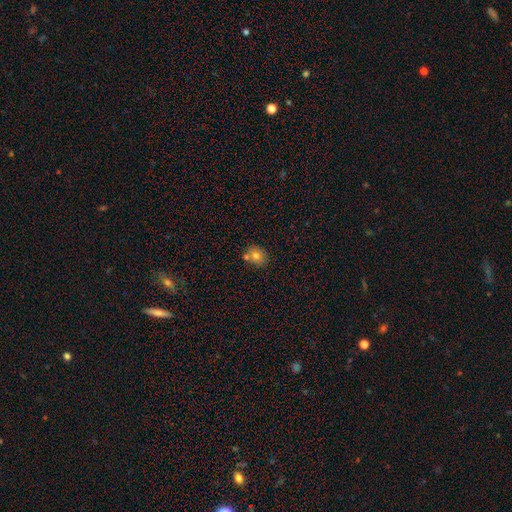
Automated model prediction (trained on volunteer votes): smooth_or_featured: smooth (p=0.76) [alt: featured or disk p=0.13]
how_rounded: round (p=0.55) [alt: in between p=0.44]
merging: none (p=0.63) [alt: merger p=0.21]